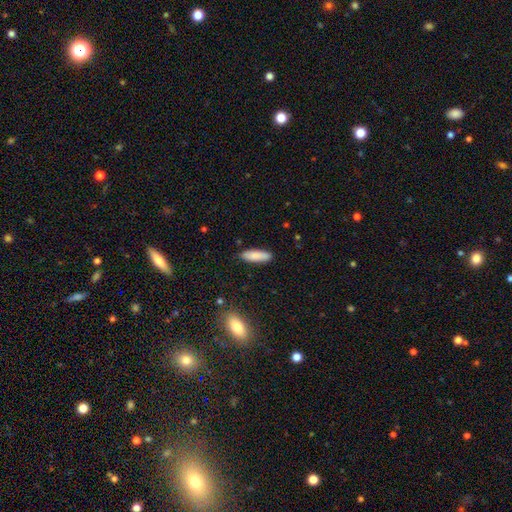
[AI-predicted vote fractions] Smooth or featured: smooth — 86% (featured or disk — 8%)
How rounded: cigar-shaped — 51% (in between — 47%)
Merging: none — 86% (minor disturbance — 10%)